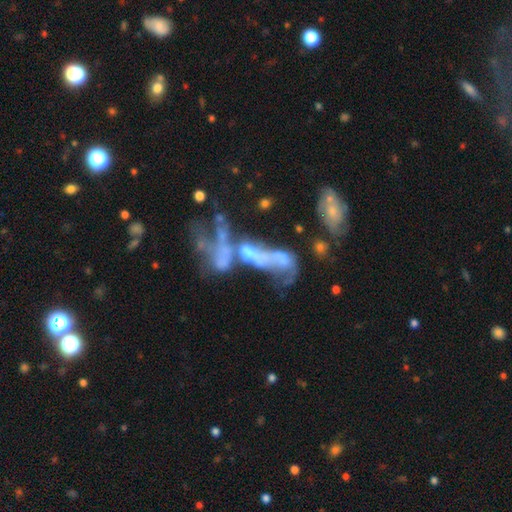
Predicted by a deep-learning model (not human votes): smooth_or_featured: featured or disk (p=0.63) [alt: star or artifact p=0.20]
disk_edge_on: no (p=0.89) [alt: yes p=0.11]
bar: no (p=0.78) [alt: weak p=0.14]
has_spiral_arms: no (p=0.74) [alt: yes p=0.26]
bulge_size: none (p=0.49) [alt: small p=0.24]
merging: merger (p=0.58) [alt: major disturbance p=0.23]